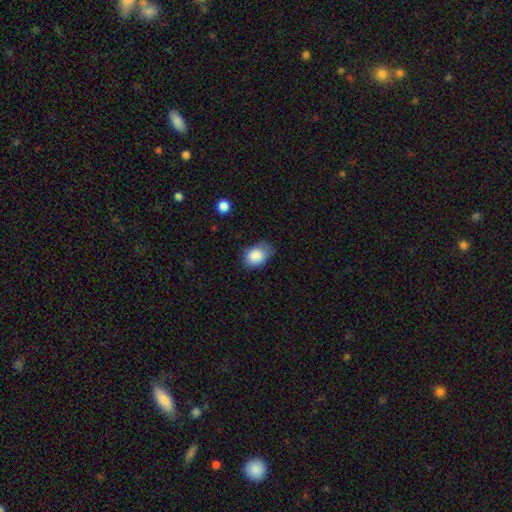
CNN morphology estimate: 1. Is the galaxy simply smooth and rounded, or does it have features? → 87% smooth, 7% star or artifact, 6% featured or disk.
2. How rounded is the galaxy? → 67% in between, 32% round, 1% cigar-shaped.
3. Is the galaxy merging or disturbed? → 51% none, 36% minor disturbance, 10% major disturbance, 2% merger.